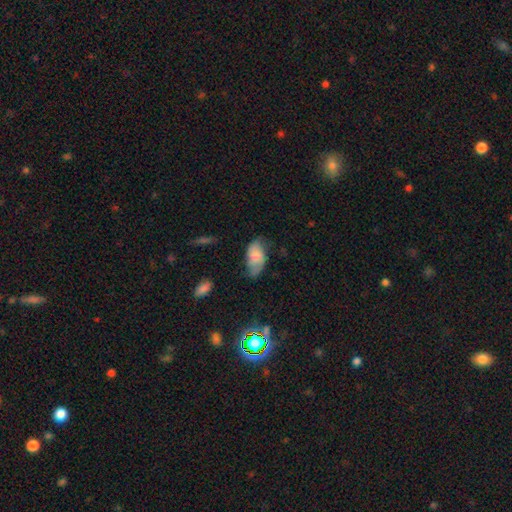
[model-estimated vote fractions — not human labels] smooth-or-featured: smooth: 64% | featured or disk: 28% | star or artifact: 8%
  how-rounded: in between: 94% | round: 4% | cigar-shaped: 2%
  merging: none: 46% | minor disturbance: 37% | major disturbance: 15% | merger: 3%